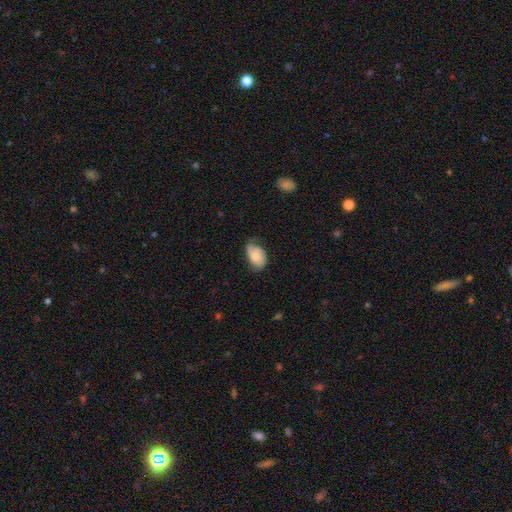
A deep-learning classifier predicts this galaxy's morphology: smooth 53%, featured or disk 40%, star or artifact 7%. Down the decision tree: how rounded — in between (88%); merging — none (47%).